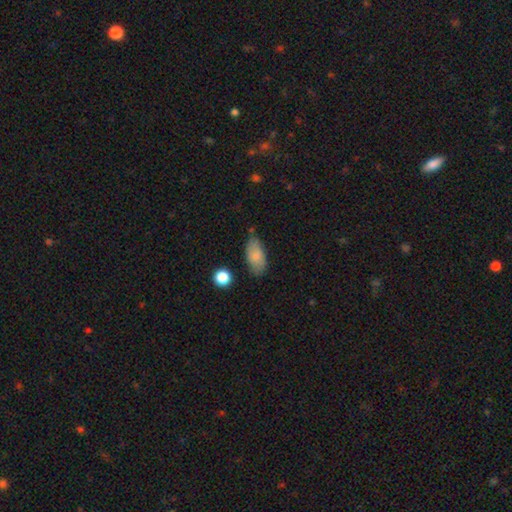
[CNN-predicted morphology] smooth 82%, featured or disk 11%, star or artifact 7%. Down the decision tree: how rounded — in between (91%); merging — none (68%).